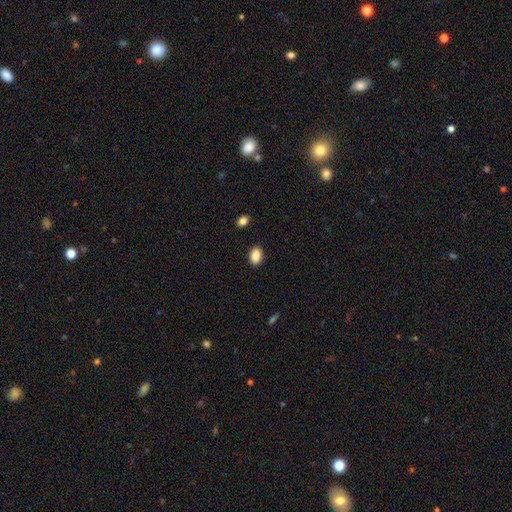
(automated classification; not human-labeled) smooth 89%, star or artifact 8%, featured or disk 3%. Down the decision tree: how rounded — in between (84%); merging — none (89%).